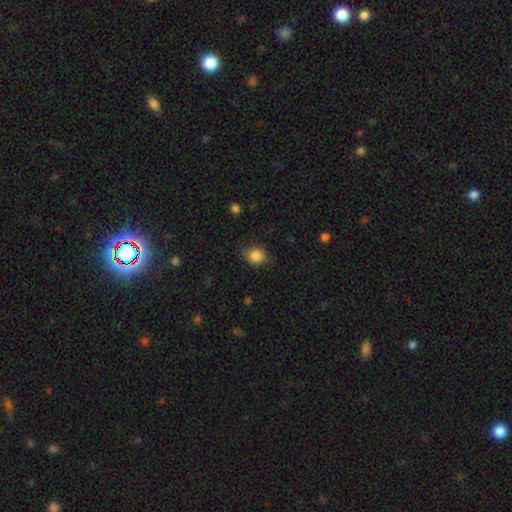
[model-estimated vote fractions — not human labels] This is clearly a smooth galaxy (84%). How rounded: likely round (71%). Merging: likely none (71%).